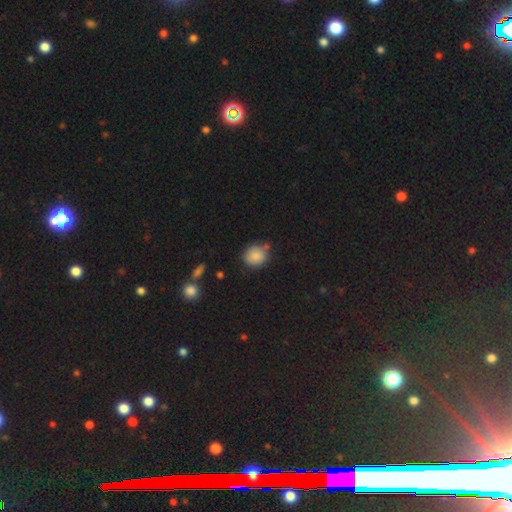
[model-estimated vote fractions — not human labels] A smooth galaxy with no disk features (86%) that is round (80%). Merging: none (70%).